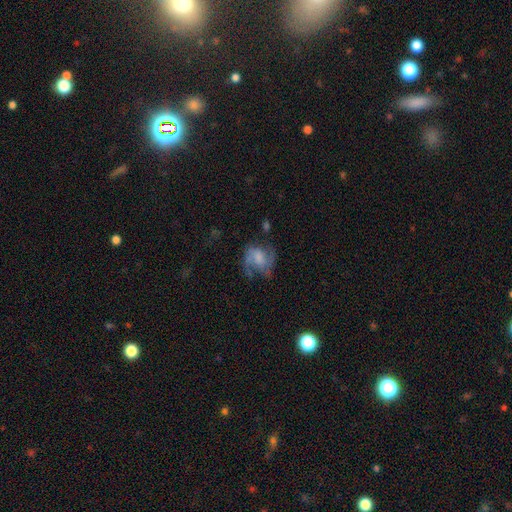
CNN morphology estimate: Smooth or featured: featured or disk — 59% (smooth — 32%)
Edge-on disk: no — 97% (yes — 3%)
Bar: no — 56% (weak — 36%)
Spiral arms: yes — 82% (no — 18%)
Bulge size: moderate — 32% (small — 27%)
Merging: none — 50% (major disturbance — 25%)